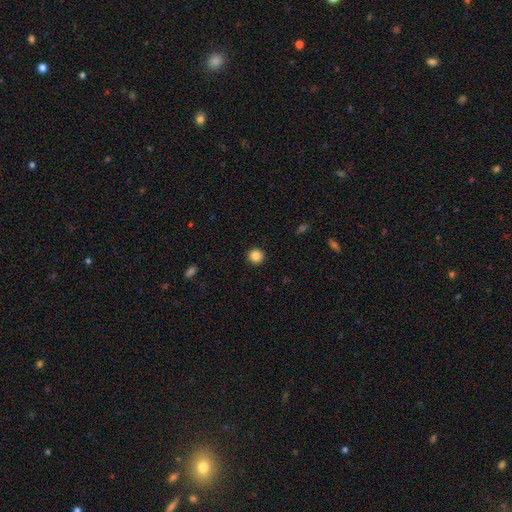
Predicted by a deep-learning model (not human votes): Smooth or featured?
  - smooth: 85% *
  - star or artifact: 10%
  - featured or disk: 4%
How rounded?
  - round: 95% *
  - in between: 4%
  - cigar-shaped: 1%
Merging?
  - none: 93% *
  - minor disturbance: 5%
  - major disturbance: 2%
  - merger: 1%